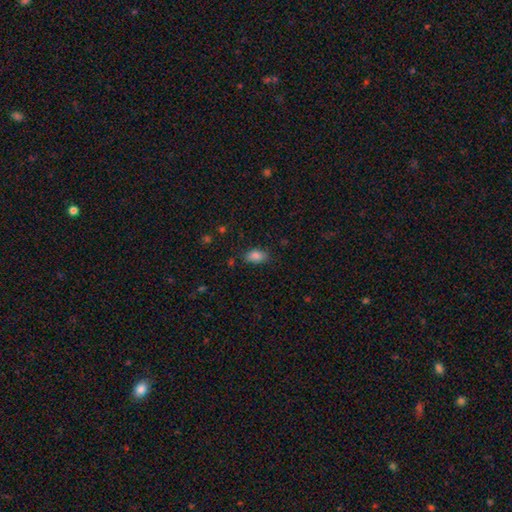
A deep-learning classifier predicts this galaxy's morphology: The model was most divided on "merging": none: 78%, minor disturbance: 16%, major disturbance: 4%, merger: 2%. More confident: how rounded — in between (89%); smooth or featured — smooth (84%).